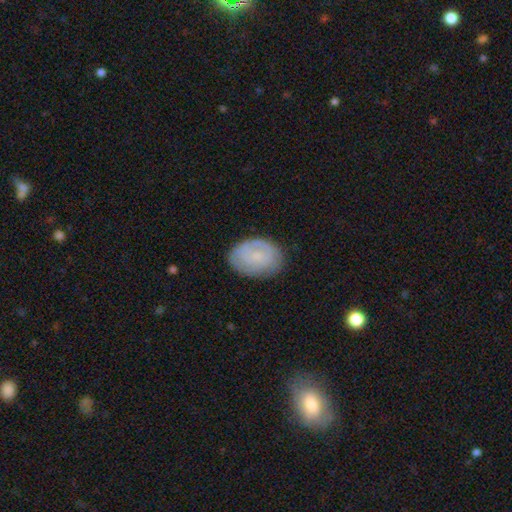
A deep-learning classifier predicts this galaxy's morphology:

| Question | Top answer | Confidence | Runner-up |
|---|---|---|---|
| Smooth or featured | smooth | 56% | featured or disk (36%) |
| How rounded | in between | 78% | round (21%) |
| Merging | none | 77% | minor disturbance (17%) |